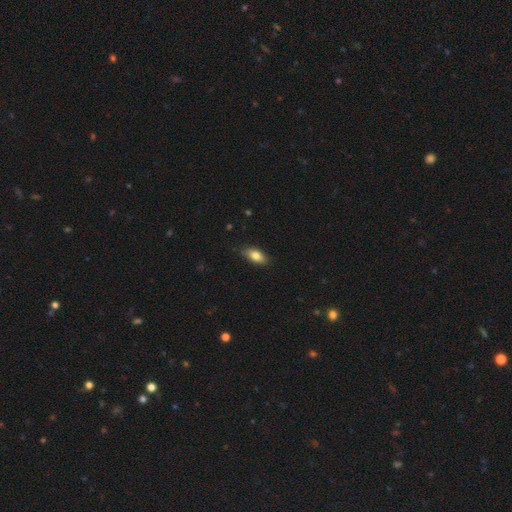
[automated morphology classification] Q: Smooth or featured?
A: smooth (81%); runner-up: featured or disk (12%)
Q: How rounded?
A: in between (86%); runner-up: cigar-shaped (10%)
Q: Merging?
A: none (80%); runner-up: minor disturbance (16%)